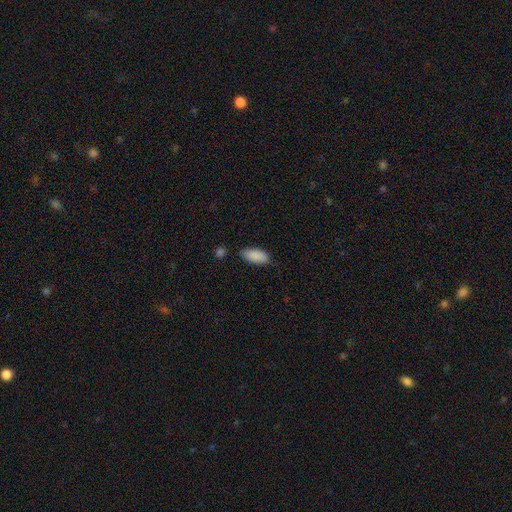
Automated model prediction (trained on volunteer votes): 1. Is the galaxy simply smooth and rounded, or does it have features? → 89% smooth, 6% star or artifact, 5% featured or disk.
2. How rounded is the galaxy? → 87% in between, 12% cigar-shaped, 2% round.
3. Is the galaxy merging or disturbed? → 76% none, 18% minor disturbance, 3% major disturbance, 3% merger.